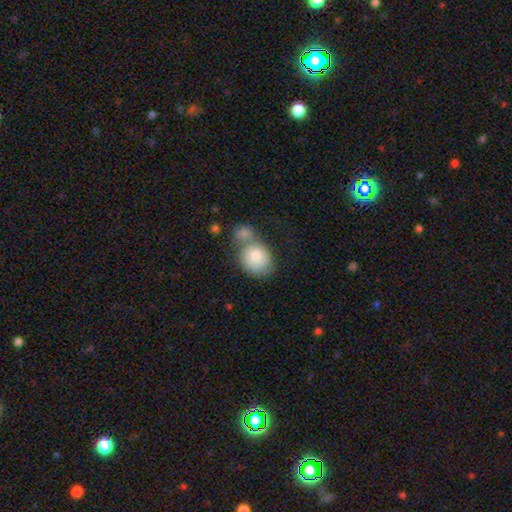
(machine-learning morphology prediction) type=smooth (79%); roundness=round (70%); merging=merger (47%).